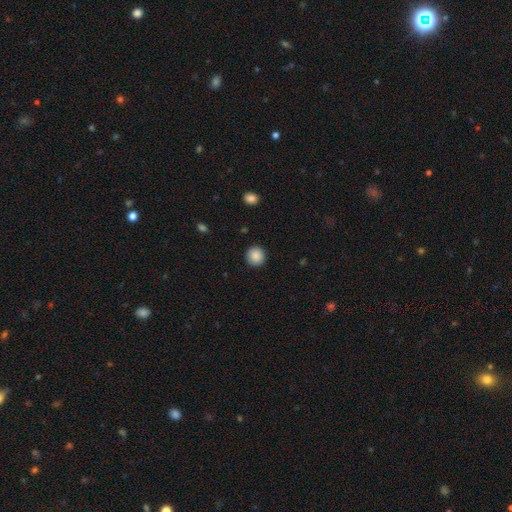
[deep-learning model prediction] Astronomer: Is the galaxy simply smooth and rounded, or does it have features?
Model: smooth — 88%.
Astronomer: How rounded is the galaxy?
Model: round — 92%.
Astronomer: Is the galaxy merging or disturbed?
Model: none — 91%.